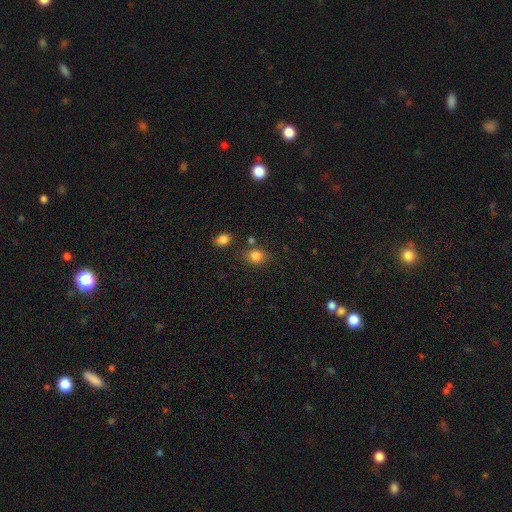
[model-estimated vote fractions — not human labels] The model was most divided on "how rounded": round: 60%, in between: 39%, cigar-shaped: 1%. More confident: smooth or featured — smooth (83%); merging — none (73%).